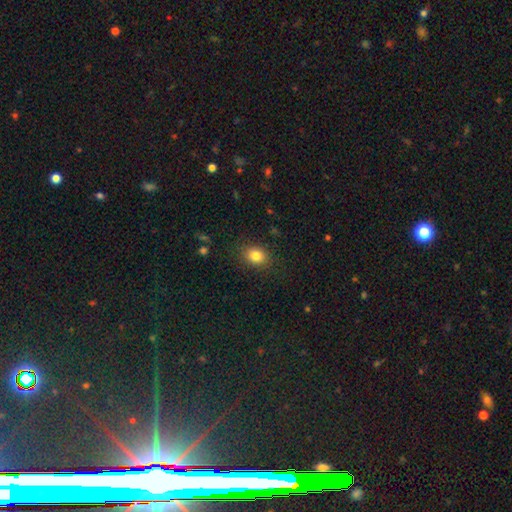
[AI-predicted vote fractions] Morphology: type=smooth (83%); roundness=in between (54%); merging=none (86%).